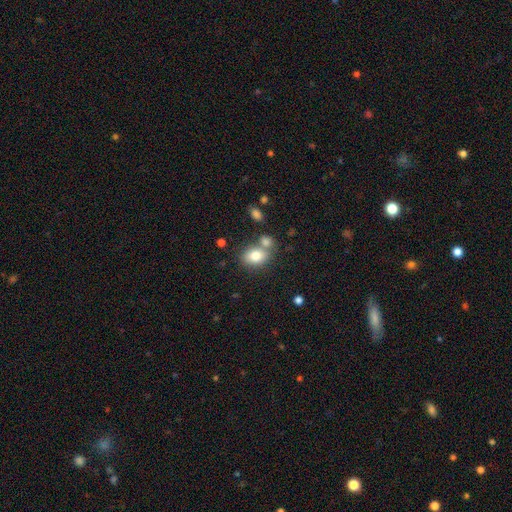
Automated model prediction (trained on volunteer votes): Smooth or featured?
  - smooth: 79% *
  - featured or disk: 12%
  - star or artifact: 9%
How rounded?
  - in between: 72% *
  - round: 27%
  - cigar-shaped: 1%
Merging?
  - none: 54% *
  - merger: 29%
  - minor disturbance: 13%
  - major disturbance: 4%